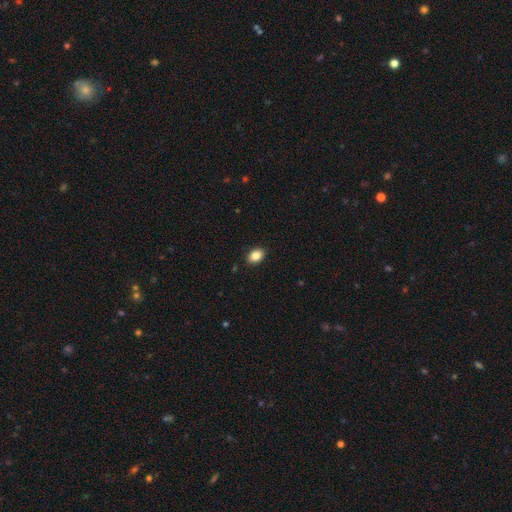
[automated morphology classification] Overall: smooth (85%). How rounded: in between (77%). Merging: none (89%).